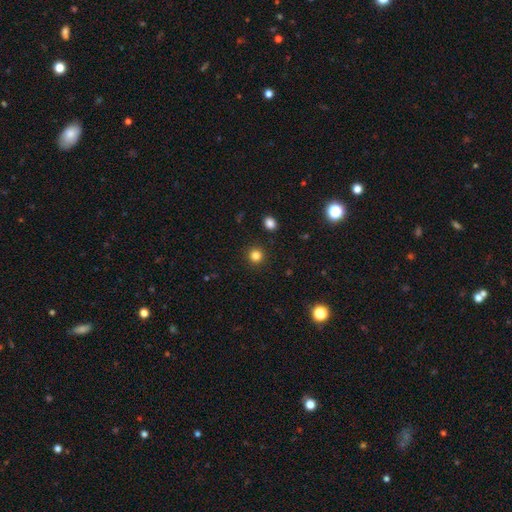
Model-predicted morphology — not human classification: smooth 82%, star or artifact 13%, featured or disk 5%. Down the decision tree: how rounded — round (93%); merging — none (92%).